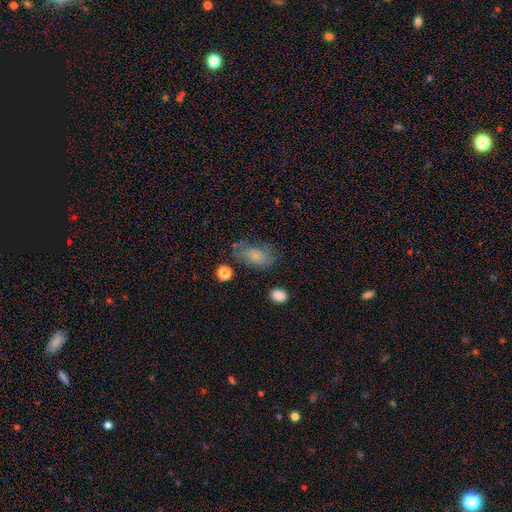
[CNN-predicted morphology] Smooth or featured?
  - smooth: 67% *
  - featured or disk: 23%
  - star or artifact: 10%
How rounded?
  - in between: 87% *
  - round: 10%
  - cigar-shaped: 3%
Merging?
  - none: 55% *
  - minor disturbance: 27%
  - major disturbance: 15%
  - merger: 4%